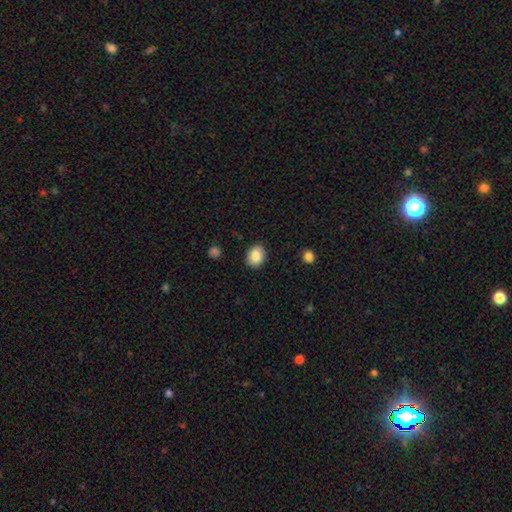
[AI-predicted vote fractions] Smooth or featured? smooth (87%)
How rounded? in between (56%)
Merging? none (88%)